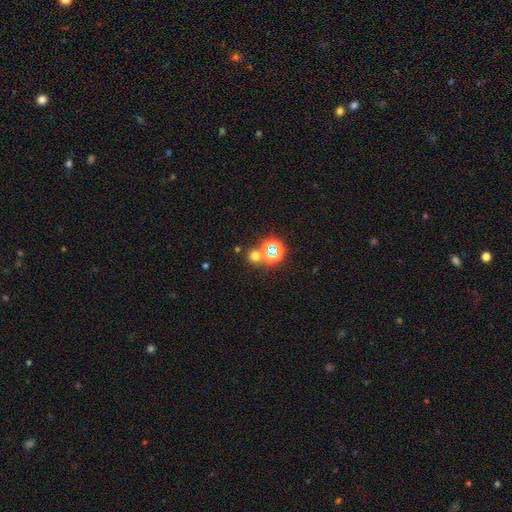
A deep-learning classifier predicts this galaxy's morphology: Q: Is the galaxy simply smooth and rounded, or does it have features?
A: smooth — 58%.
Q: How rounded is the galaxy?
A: round — 90%.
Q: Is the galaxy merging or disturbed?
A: none — 72%.